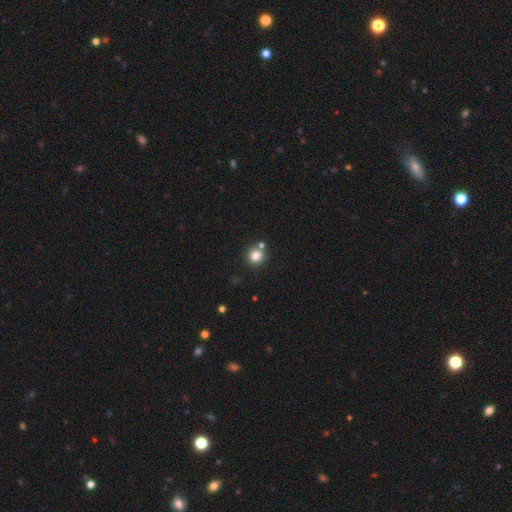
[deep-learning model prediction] Q: Smooth or featured?
A: smooth (80%); runner-up: star or artifact (13%)
Q: How rounded?
A: round (91%); runner-up: in between (8%)
Q: Merging?
A: none (73%); runner-up: merger (17%)